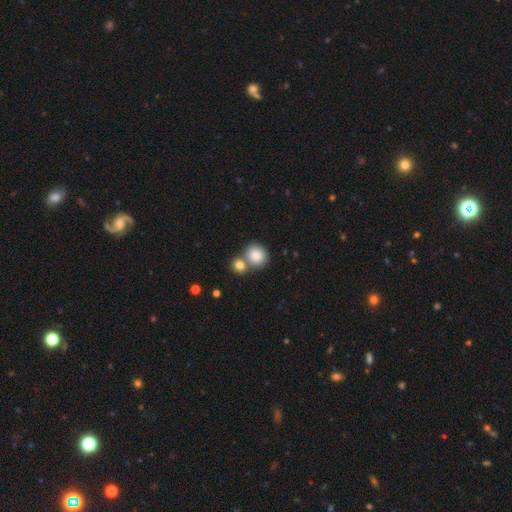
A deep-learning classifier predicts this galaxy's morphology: smooth 85%, star or artifact 8%, featured or disk 7%. Down the decision tree: how rounded — round (83%); merging — none (49%).